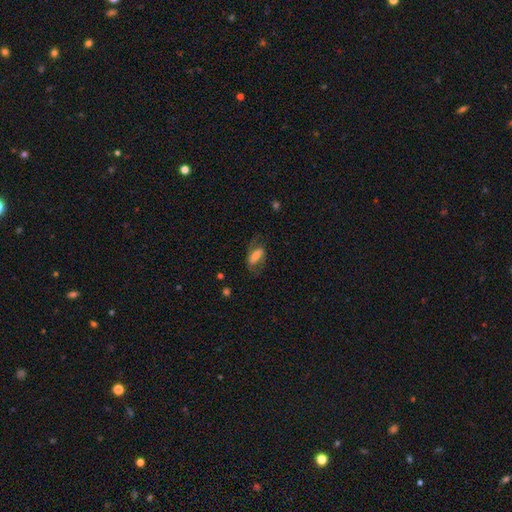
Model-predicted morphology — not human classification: type=smooth (46%, tied with featured or disk); merging=none (60%).